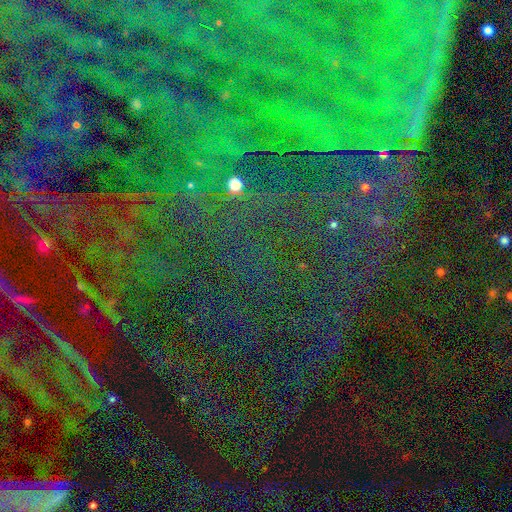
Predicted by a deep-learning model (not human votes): A star or artifact, not a galaxy (86%).

Vote fractions:
- Smooth or featured? star or artifact: 86% / featured or disk: 7% / smooth: 7%